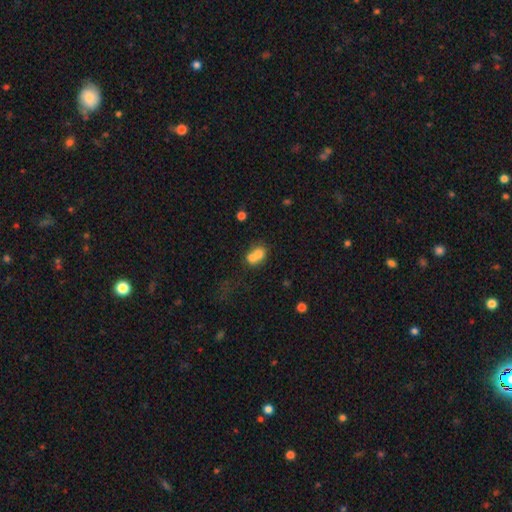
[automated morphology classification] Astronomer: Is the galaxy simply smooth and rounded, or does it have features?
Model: smooth — 70%.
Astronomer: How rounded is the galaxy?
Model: in between — 56% (runner-up: round, 43%).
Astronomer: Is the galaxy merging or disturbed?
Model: merger — 64%.